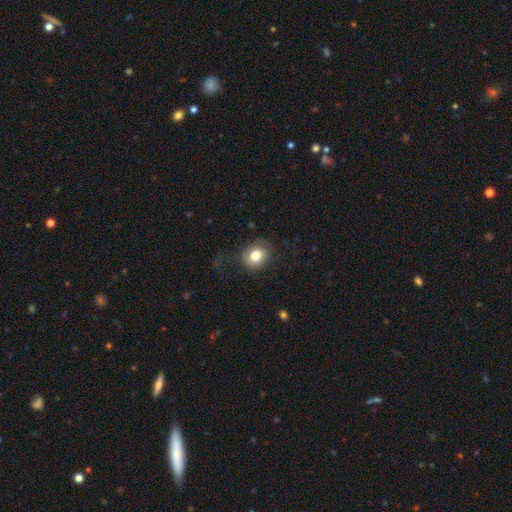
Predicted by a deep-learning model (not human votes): Q: Smooth or featured?
A: smooth (78%); runner-up: featured or disk (13%)
Q: How rounded?
A: round (72%); runner-up: in between (27%)
Q: Merging?
A: none (72%); runner-up: minor disturbance (16%)